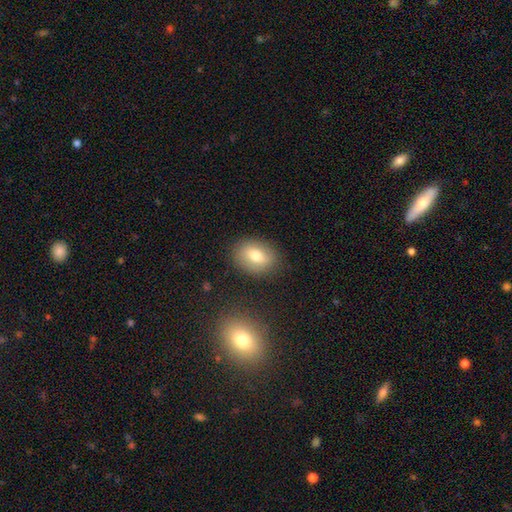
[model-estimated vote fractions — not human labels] Smooth or featured: smooth — 70% (featured or disk — 20%)
How rounded: in between — 67% (round — 32%)
Merging: none — 85% (minor disturbance — 10%)